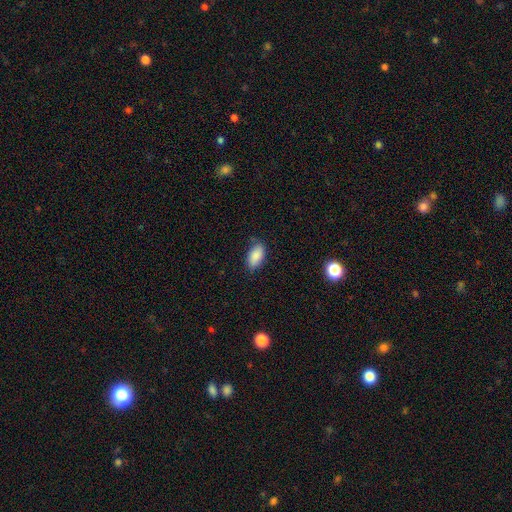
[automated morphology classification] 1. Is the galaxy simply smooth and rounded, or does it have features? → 87% smooth, 7% star or artifact, 6% featured or disk.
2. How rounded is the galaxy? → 93% in between, 4% cigar-shaped, 3% round.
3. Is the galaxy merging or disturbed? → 75% none, 20% minor disturbance, 4% major disturbance, 1% merger.